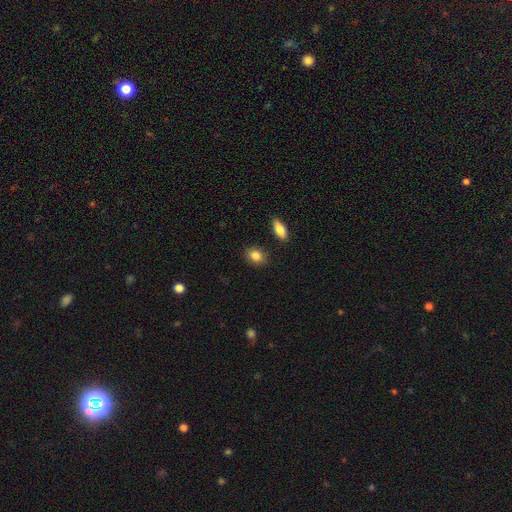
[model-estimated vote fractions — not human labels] smooth 86%, star or artifact 8%, featured or disk 6%. Down the decision tree: how rounded — in between (68%); merging — none (87%).